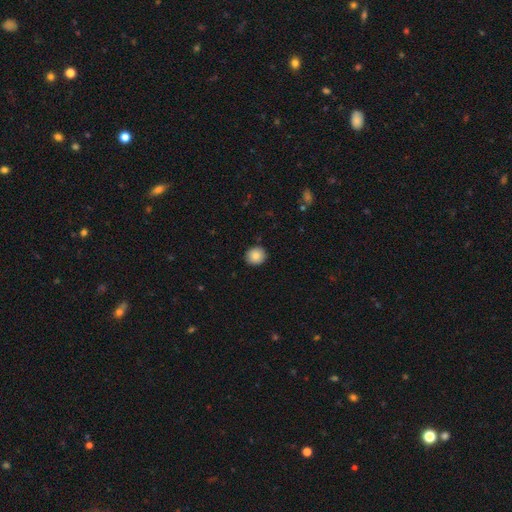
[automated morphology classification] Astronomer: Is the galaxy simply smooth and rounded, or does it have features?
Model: smooth — 85%.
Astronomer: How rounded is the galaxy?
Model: round — 86%.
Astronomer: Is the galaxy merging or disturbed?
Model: none — 90%.